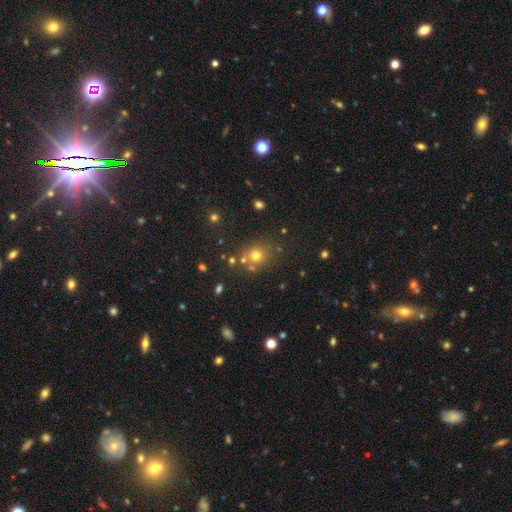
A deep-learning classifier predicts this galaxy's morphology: A smooth galaxy with no disk features (67%) that is round (84%). Merging: none (71%).